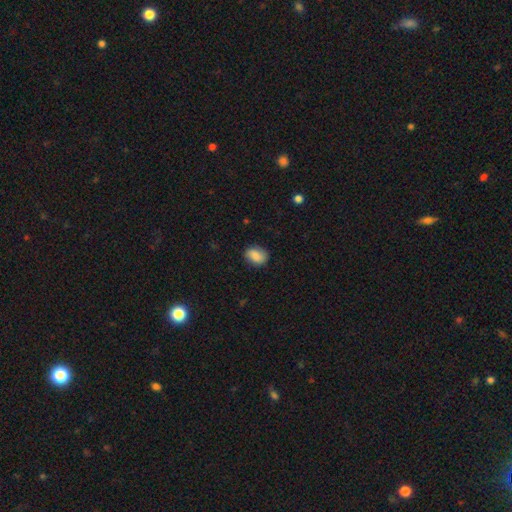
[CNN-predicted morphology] This is clearly a smooth galaxy (82%). How rounded: likely in between (66%). Merging: likely none (79%).